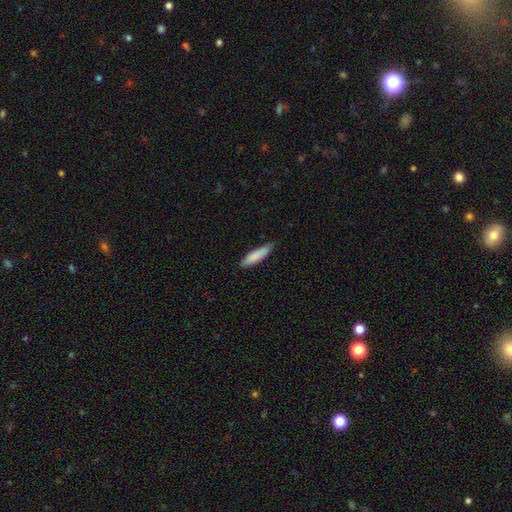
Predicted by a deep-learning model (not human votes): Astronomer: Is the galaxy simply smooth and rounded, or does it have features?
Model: smooth — 86%.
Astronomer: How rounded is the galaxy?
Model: cigar-shaped — 72%.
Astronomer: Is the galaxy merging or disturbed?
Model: none — 79%.